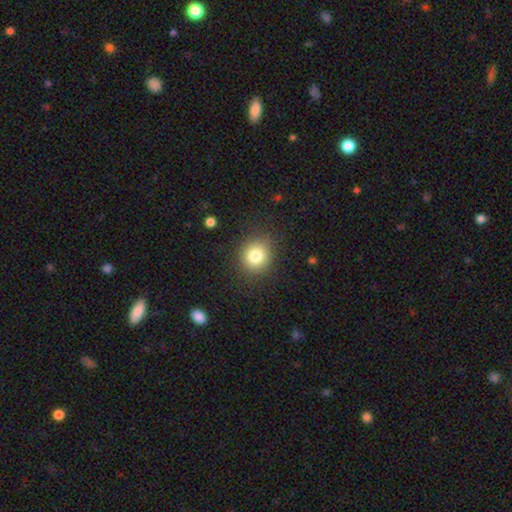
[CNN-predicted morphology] Smooth or featured?
  - smooth: 81% *
  - star or artifact: 11%
  - featured or disk: 8%
How rounded?
  - round: 82% *
  - in between: 17%
  - cigar-shaped: 1%
Merging?
  - none: 86% *
  - minor disturbance: 9%
  - major disturbance: 3%
  - merger: 1%